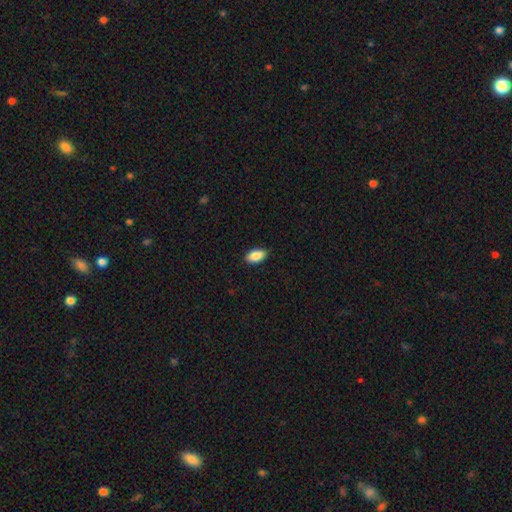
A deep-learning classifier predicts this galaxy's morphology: The model was most divided on "smooth or featured": smooth: 88%, star or artifact: 7%, featured or disk: 5%. More confident: how rounded — in between (93%); merging — none (90%).